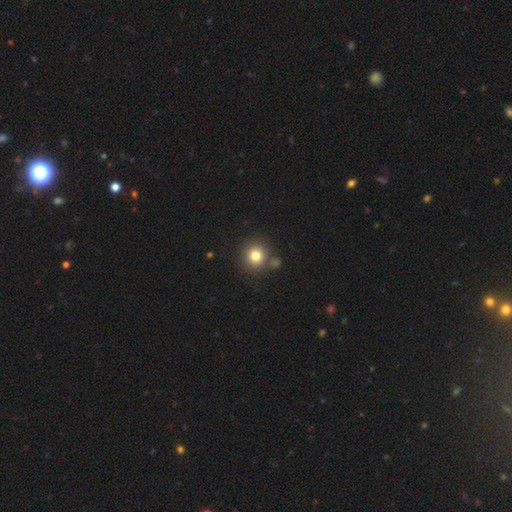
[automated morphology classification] Smooth or featured? smooth (81%)
How rounded? round (90%)
Merging? none (78%)